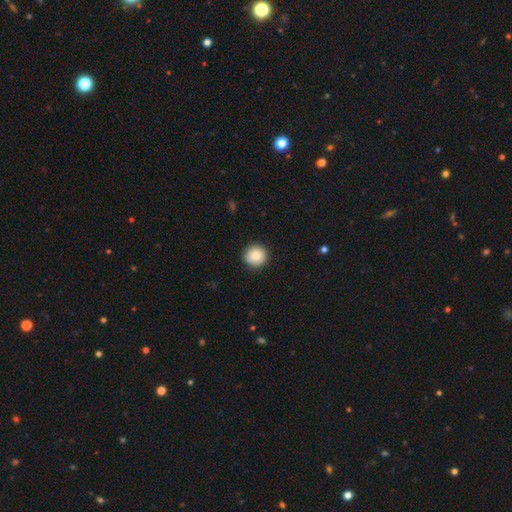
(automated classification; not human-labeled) Smooth or featured: smooth — 85% (star or artifact — 8%)
How rounded: round — 95% (in between — 4%)
Merging: none — 91% (minor disturbance — 6%)